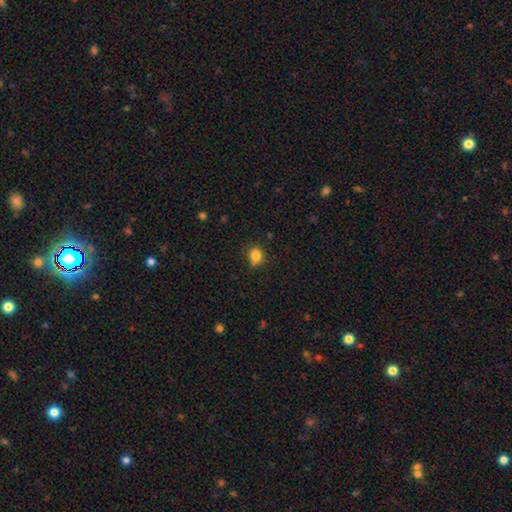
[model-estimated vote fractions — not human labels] smooth_or_featured: smooth (p=0.83) [alt: star or artifact p=0.11]
how_rounded: round (p=0.60) [alt: in between p=0.39]
merging: none (p=0.75) [alt: minor disturbance p=0.19]